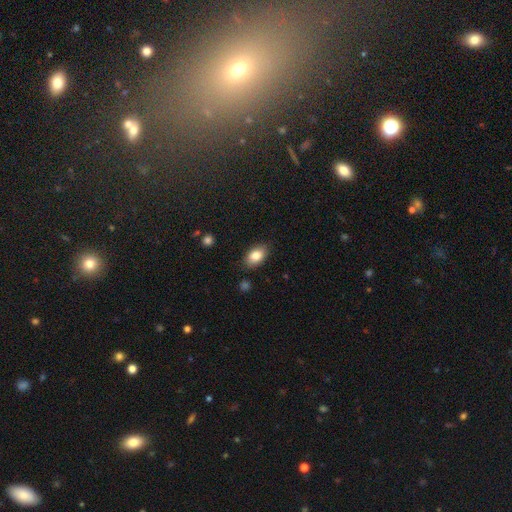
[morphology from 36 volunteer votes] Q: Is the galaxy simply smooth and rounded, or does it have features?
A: smooth — 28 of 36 (78%).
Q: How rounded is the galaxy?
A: in between — 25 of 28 (89%).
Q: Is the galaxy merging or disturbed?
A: none — 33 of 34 (97%).